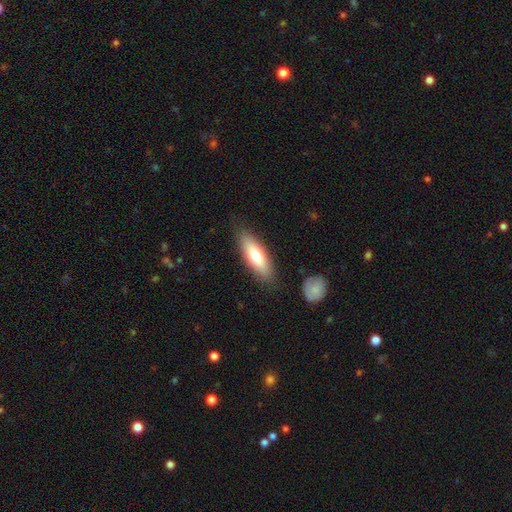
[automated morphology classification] Smooth or featured?
  - smooth: 71% *
  - featured or disk: 23%
  - star or artifact: 6%
How rounded?
  - in between: 57% *
  - cigar-shaped: 41%
  - round: 2%
Merging?
  - none: 84% *
  - minor disturbance: 11%
  - major disturbance: 3%
  - merger: 2%